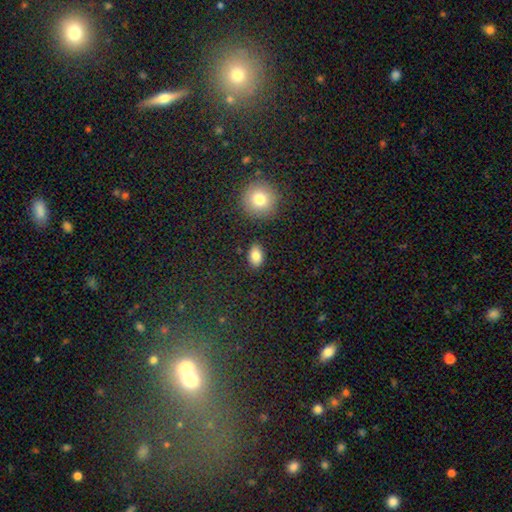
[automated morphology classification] smooth_or_featured: smooth (p=0.84) [alt: star or artifact p=0.09]
how_rounded: in between (p=0.83) [alt: round p=0.15]
merging: none (p=0.86) [alt: minor disturbance p=0.09]